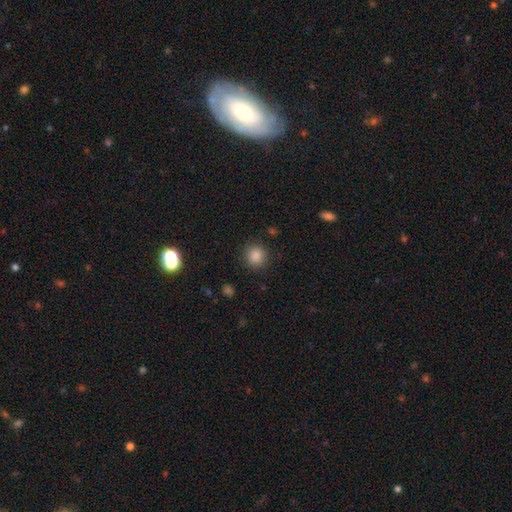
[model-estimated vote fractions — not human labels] Overall: smooth (85%). How rounded: round (92%). Merging: none (89%).